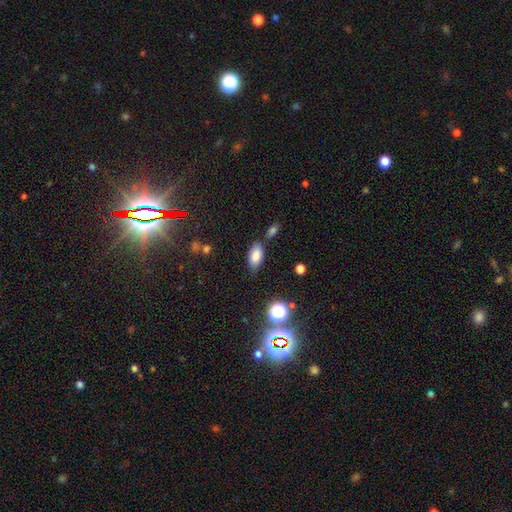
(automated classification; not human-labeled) This is clearly a smooth galaxy (81%). How rounded: clearly in between (90%). Merging: likely none (75%).